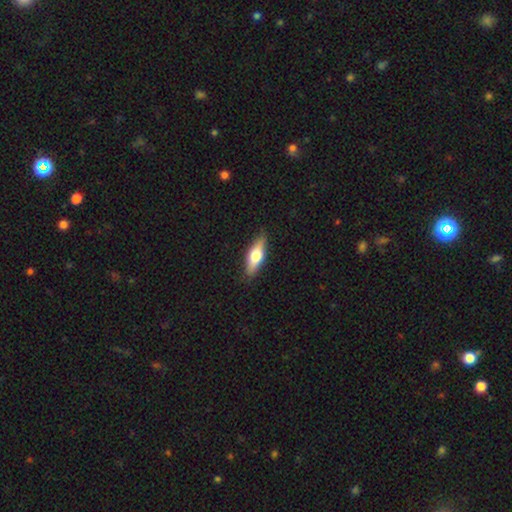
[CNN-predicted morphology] Smooth or featured? Predicted: smooth (p=0.56). How rounded? Predicted: in between (p=0.55). Merging? Predicted: none (p=0.87).